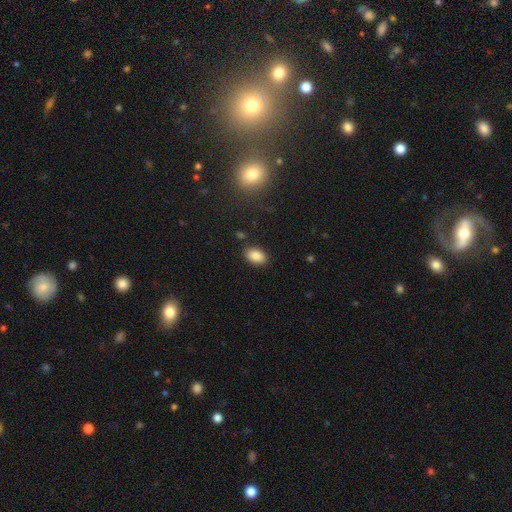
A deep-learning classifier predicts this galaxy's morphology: smooth-or-featured: smooth: 84% | star or artifact: 9% | featured or disk: 6%
  how-rounded: in between: 89% | round: 10% | cigar-shaped: 1%
  merging: none: 86% | minor disturbance: 10% | major disturbance: 2% | merger: 2%